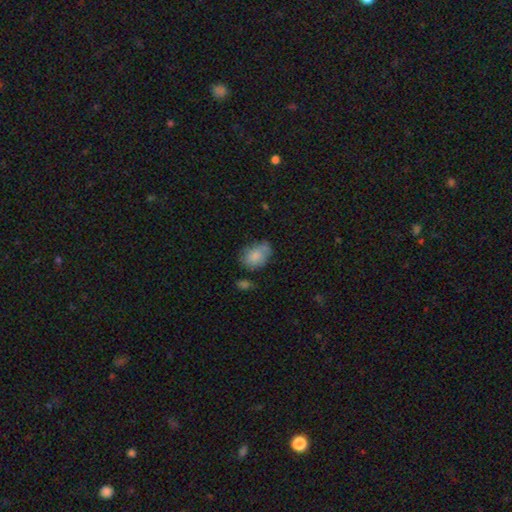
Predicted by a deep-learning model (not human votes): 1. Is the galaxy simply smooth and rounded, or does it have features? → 79% smooth, 13% featured or disk, 7% star or artifact.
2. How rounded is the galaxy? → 77% in between, 21% round, 1% cigar-shaped.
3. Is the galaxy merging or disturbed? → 55% none, 30% minor disturbance, 9% major disturbance, 6% merger.